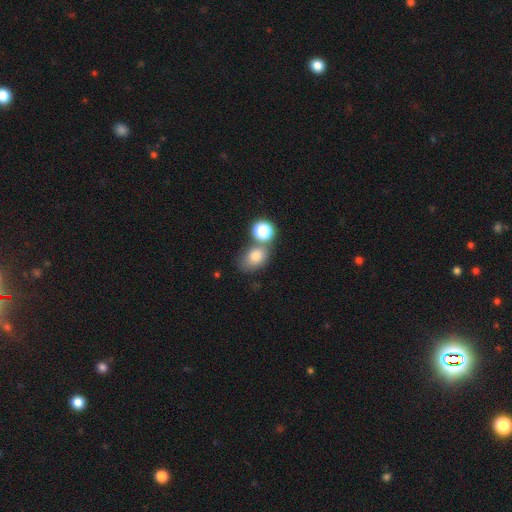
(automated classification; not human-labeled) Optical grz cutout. It shows a smooth galaxy with no disk features (77%) that is in between round and cigar-shaped (67%). Merging: none (48%).